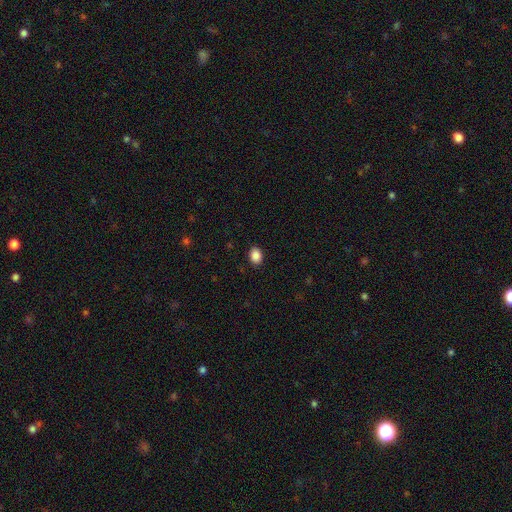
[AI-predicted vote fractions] Smooth or featured: smooth — 88% (star or artifact — 9%)
How rounded: in between — 69% (round — 30%)
Merging: none — 89% (minor disturbance — 8%)